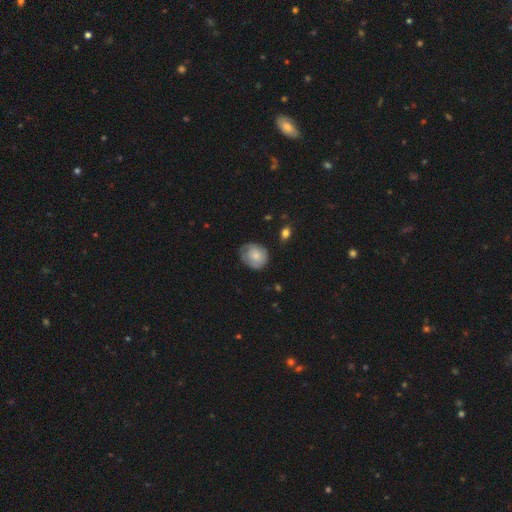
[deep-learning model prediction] Smooth or featured?
  - smooth: 70% *
  - featured or disk: 23%
  - star or artifact: 7%
How rounded?
  - round: 67% *
  - in between: 33%
  - cigar-shaped: 1%
Merging?
  - none: 60% *
  - minor disturbance: 30%
  - major disturbance: 9%
  - merger: 2%